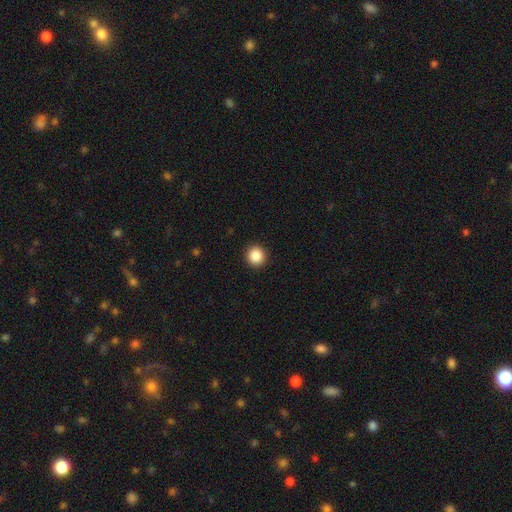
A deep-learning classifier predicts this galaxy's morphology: smooth_or_featured: smooth (p=0.88) [alt: star or artifact p=0.09]
how_rounded: round (p=0.94) [alt: in between p=0.05]
merging: none (p=0.93) [alt: minor disturbance p=0.04]